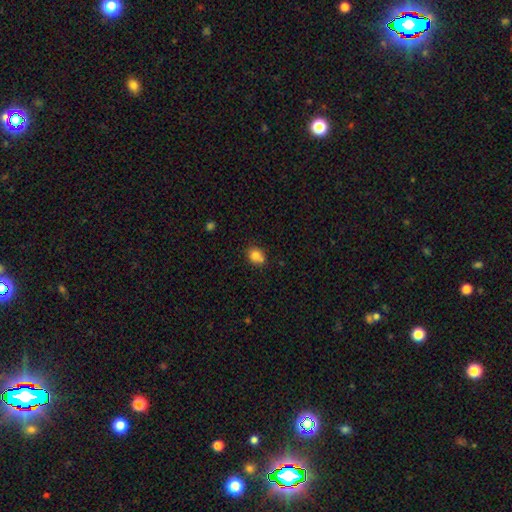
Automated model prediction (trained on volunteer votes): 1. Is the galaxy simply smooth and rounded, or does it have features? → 80% smooth, 11% star or artifact, 9% featured or disk.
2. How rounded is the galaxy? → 63% round, 36% in between, 1% cigar-shaped.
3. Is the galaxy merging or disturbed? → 57% none, 22% merger, 16% minor disturbance, 4% major disturbance.